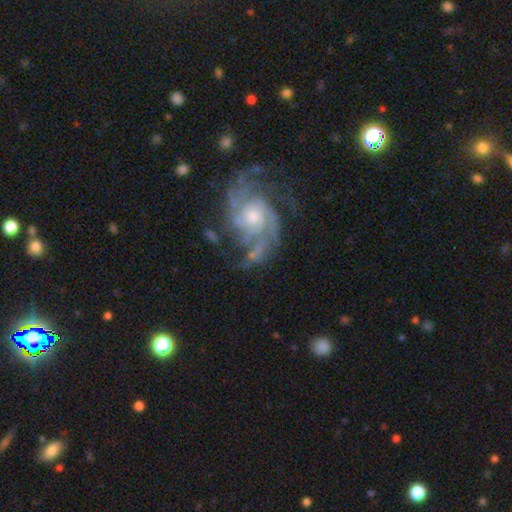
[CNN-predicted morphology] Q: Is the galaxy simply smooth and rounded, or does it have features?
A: featured or disk — 90%.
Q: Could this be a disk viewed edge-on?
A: no — 98%.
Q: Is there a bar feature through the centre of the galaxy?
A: no — 72%.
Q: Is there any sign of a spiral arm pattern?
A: yes — 97%.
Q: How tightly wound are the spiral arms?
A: medium — 44%.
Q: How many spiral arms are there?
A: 2 — 37%.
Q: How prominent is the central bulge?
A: moderate — 54%.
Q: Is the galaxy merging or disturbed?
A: none — 62%.